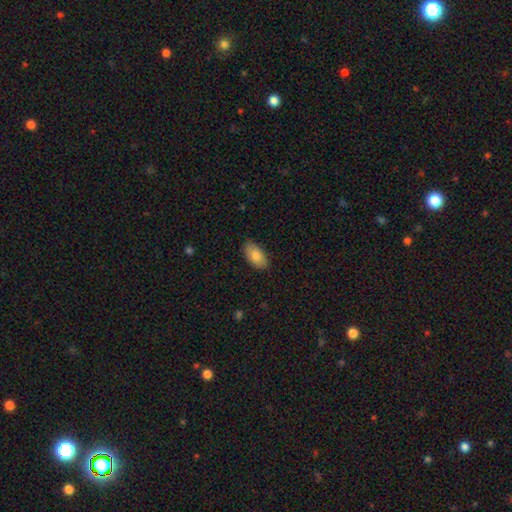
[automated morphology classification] Q: Smooth or featured?
A: smooth (83%); runner-up: featured or disk (10%)
Q: How rounded?
A: in between (94%); runner-up: round (3%)
Q: Merging?
A: none (86%); runner-up: minor disturbance (11%)